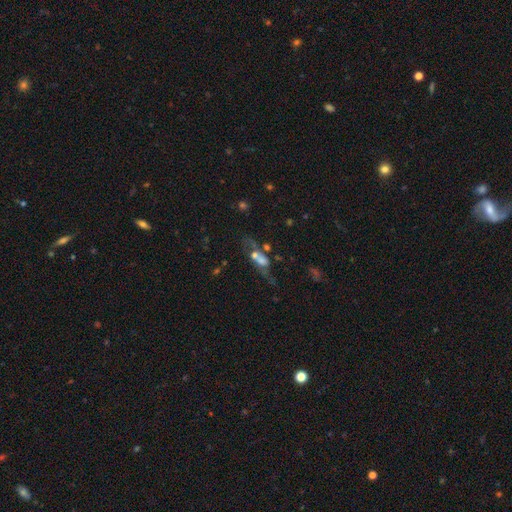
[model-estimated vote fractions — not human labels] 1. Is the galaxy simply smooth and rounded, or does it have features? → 44% featured or disk, 41% smooth, 16% star or artifact.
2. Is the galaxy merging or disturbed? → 39% merger, 27% none, 20% major disturbance, 14% minor disturbance.